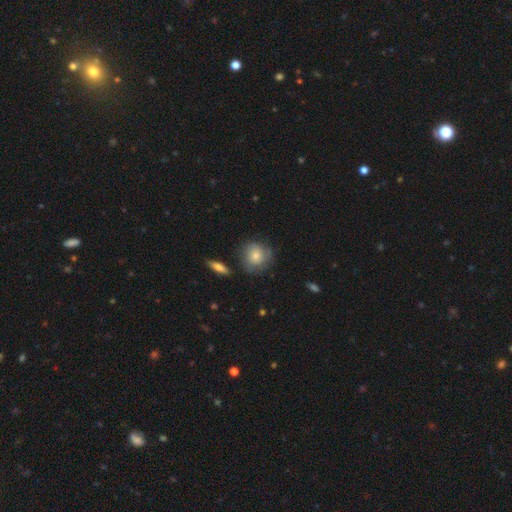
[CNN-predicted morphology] type=smooth (69%); roundness=round (83%); merging=none (68%).